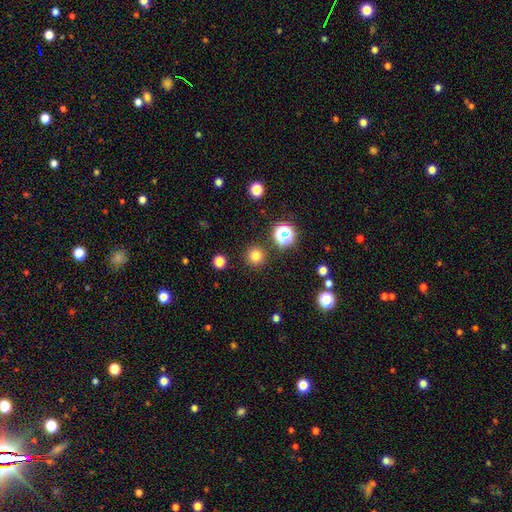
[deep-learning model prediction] smooth_or_featured: smooth (p=0.78) [alt: star or artifact p=0.17]
how_rounded: round (p=0.96) [alt: in between p=0.03]
merging: none (p=0.90) [alt: minor disturbance p=0.06]